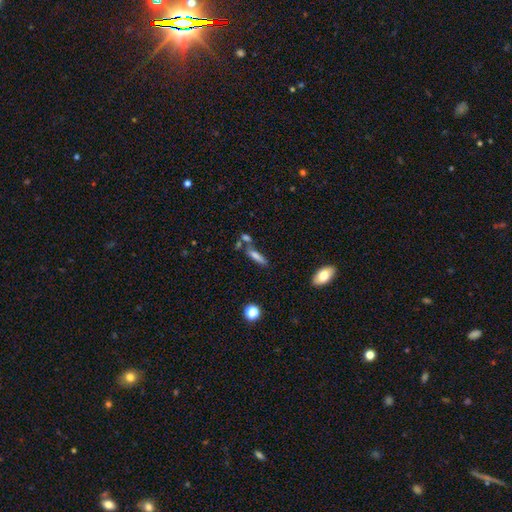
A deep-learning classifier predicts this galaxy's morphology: A smooth galaxy with no disk features (68%) that is cigar-shaped (69%).

Vote fractions:
- Smooth or featured? smooth: 68% / featured or disk: 21% / star or artifact: 11%
- How rounded? cigar-shaped: 69% / in between: 28% / round: 4%
- Merging? none: 58% / merger: 23% / minor disturbance: 14% / major disturbance: 6%